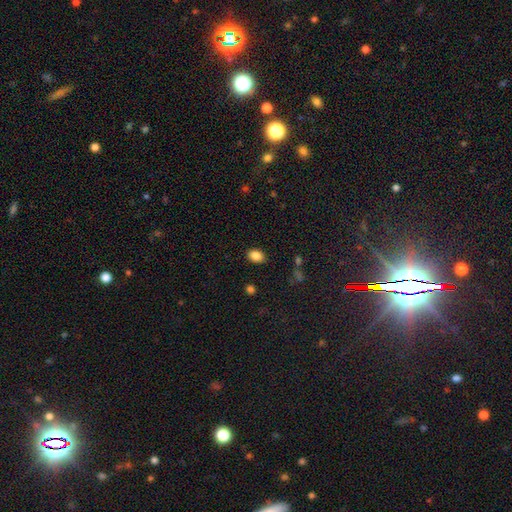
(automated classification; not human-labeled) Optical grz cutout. It shows a smooth galaxy with no disk features (87%) that is in between round and cigar-shaped (80%). Merging: none (86%).